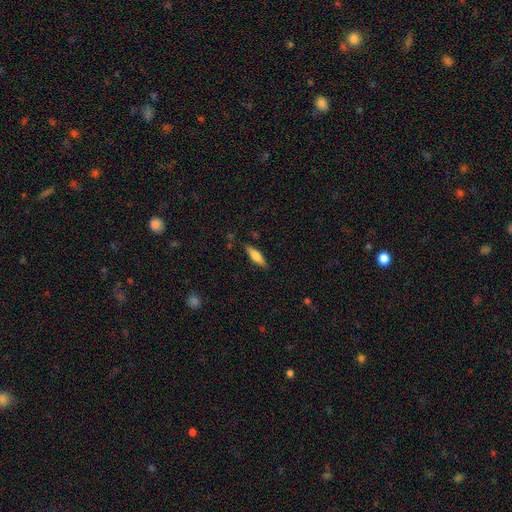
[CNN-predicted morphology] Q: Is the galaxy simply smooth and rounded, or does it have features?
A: smooth — 65%.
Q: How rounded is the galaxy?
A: cigar-shaped — 62%.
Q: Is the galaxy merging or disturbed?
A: none — 84%.